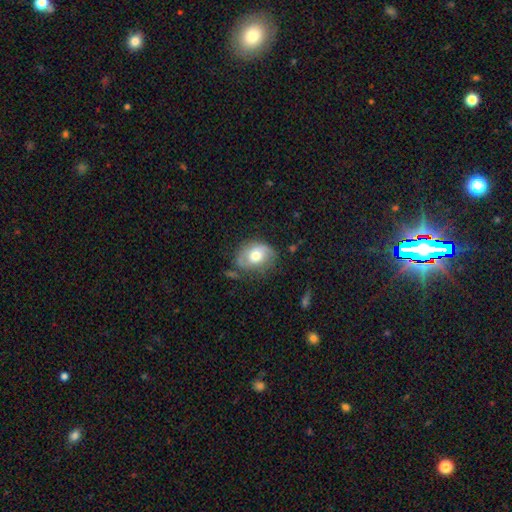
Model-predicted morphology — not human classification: smooth_or_featured: smooth (p=0.55) [alt: featured or disk p=0.37]
how_rounded: in between (p=0.59) [alt: round p=0.40]
merging: none (p=0.58) [alt: minor disturbance p=0.28]